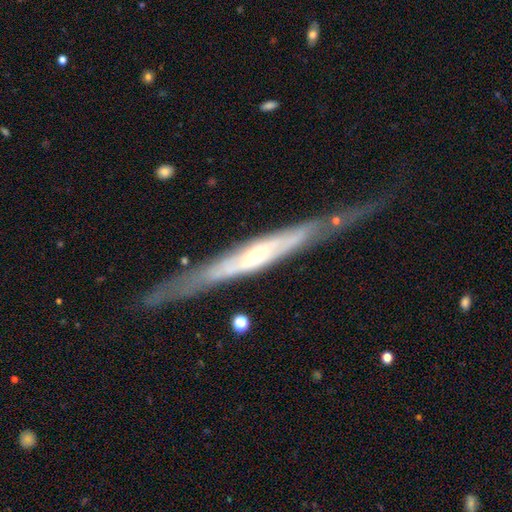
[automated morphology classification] type=featured or disk (74%); edge-on=yes (83%); edge-on bulge=rounded (47%); merging=none (71%).